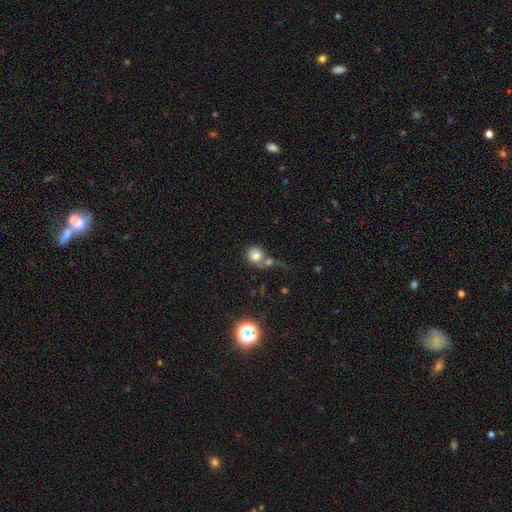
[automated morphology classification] type=smooth (75%); roundness=round (86%); merging=merger (41%).